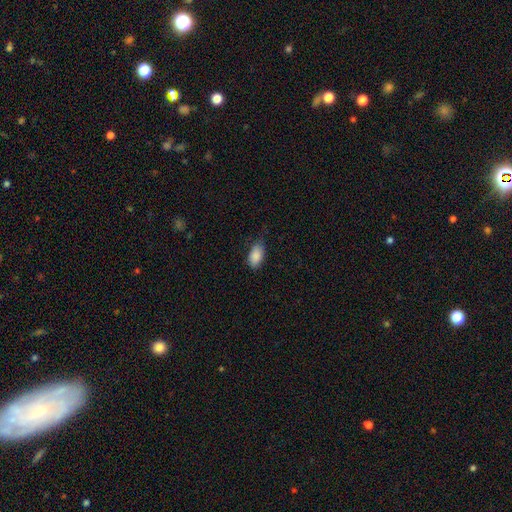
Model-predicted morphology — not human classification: Smooth or featured? Predicted: smooth (p=0.88). How rounded? Predicted: in between (p=0.93). Merging? Predicted: none (p=0.68).